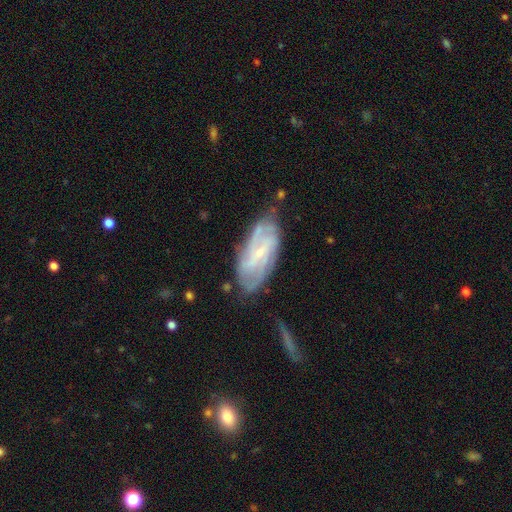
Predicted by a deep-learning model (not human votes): A featured or disk galaxy (75%) with a weak bar (44%), 2 (35%) tight (46%) spiral arms (89%) and a small central bulge (73%).

Vote fractions:
- Smooth or featured? featured or disk: 75% / smooth: 17% / star or artifact: 7%
- Edge-on disk? no: 92% / yes: 8%
- Bar? weak: 44% / no: 30% / strong: 26%
- Spiral arms? yes: 89% / no: 11%
- Spiral winding? tight: 46% / medium: 37% / loose: 17%
- Spiral arm count? 2: 35% / can't tell: 34% / 3: 15% / 4: 9% / more than 4: 4% / 1: 4%
- Bulge size? small: 73% / moderate: 16% / none: 9% / large: 1% / dominant: 1%
- Merging? none: 69% / minor disturbance: 22% / major disturbance: 7% / merger: 3%